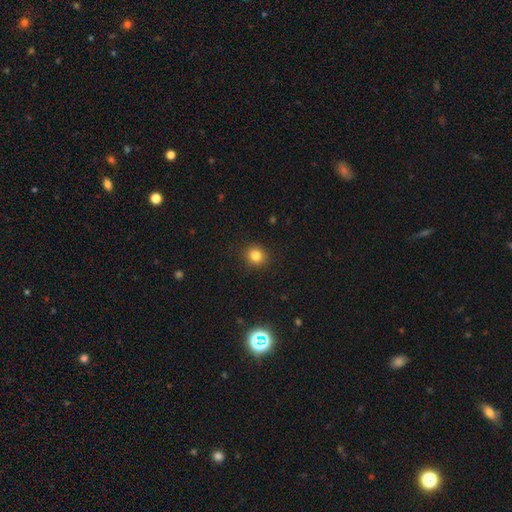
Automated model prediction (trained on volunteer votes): Smooth or featured?
  - smooth: 82% *
  - star or artifact: 12%
  - featured or disk: 6%
How rounded?
  - round: 88% *
  - in between: 12%
  - cigar-shaped: 1%
Merging?
  - none: 91% *
  - minor disturbance: 6%
  - major disturbance: 2%
  - merger: 1%